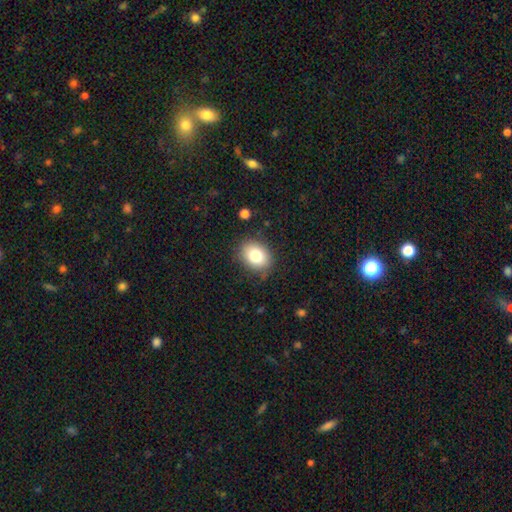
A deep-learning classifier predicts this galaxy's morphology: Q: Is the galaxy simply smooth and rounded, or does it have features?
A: smooth — 80%.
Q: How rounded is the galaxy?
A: in between — 57%.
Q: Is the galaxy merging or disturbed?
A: none — 83%.